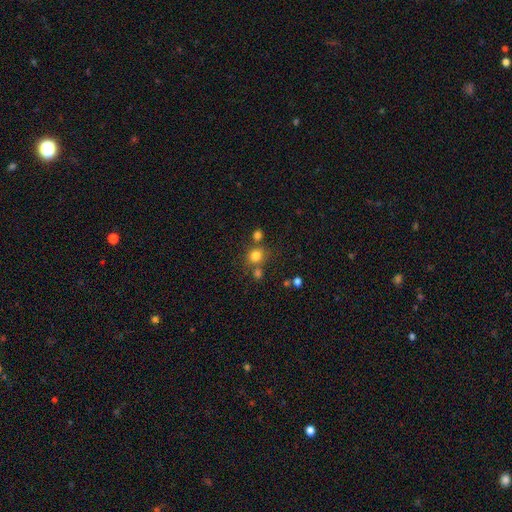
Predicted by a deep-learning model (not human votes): Morphology: type=smooth (78%); roundness=round (87%); merging=none (68%).